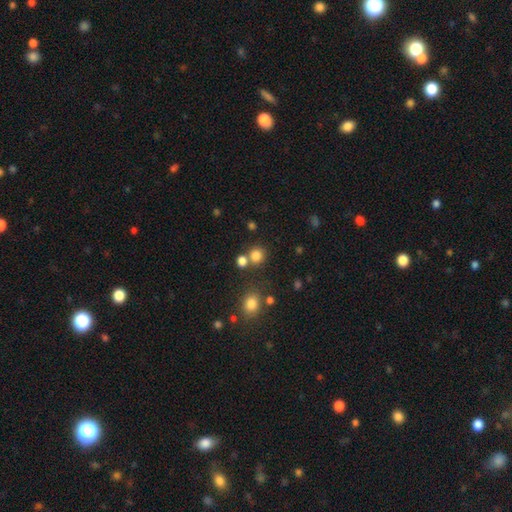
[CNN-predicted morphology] smooth_or_featured: smooth (p=0.80) [alt: star or artifact p=0.15]
how_rounded: round (p=0.85) [alt: in between p=0.14]
merging: none (p=0.67) [alt: merger p=0.21]